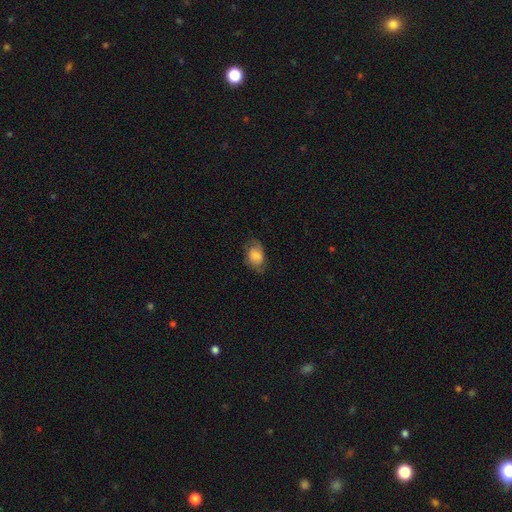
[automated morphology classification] Smooth or featured: smooth — 70% (featured or disk — 22%)
How rounded: in between — 82% (round — 16%)
Merging: none — 64% (minor disturbance — 24%)